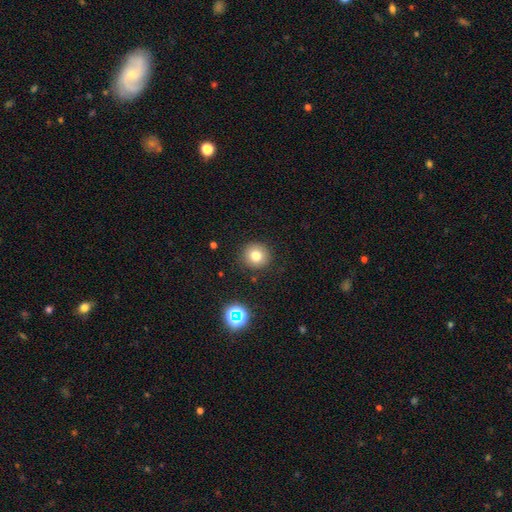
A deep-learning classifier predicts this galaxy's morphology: Q: Smooth or featured?
A: smooth (77%); runner-up: star or artifact (14%)
Q: How rounded?
A: round (92%); runner-up: in between (7%)
Q: Merging?
A: none (89%); runner-up: minor disturbance (7%)